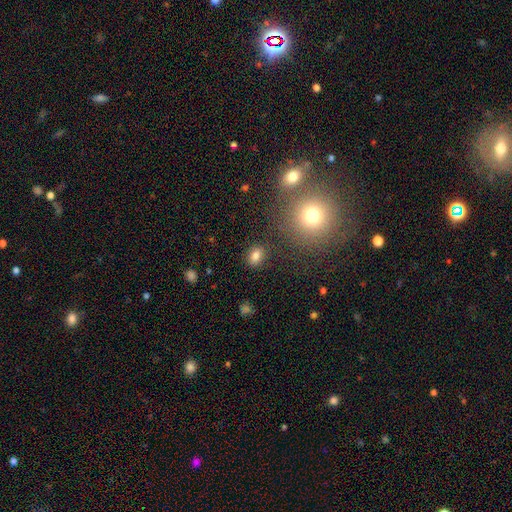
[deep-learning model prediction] The model was most divided on "how rounded": in between: 61%, round: 37%, cigar-shaped: 2%. More confident: merging — none (84%); smooth or featured — smooth (80%).